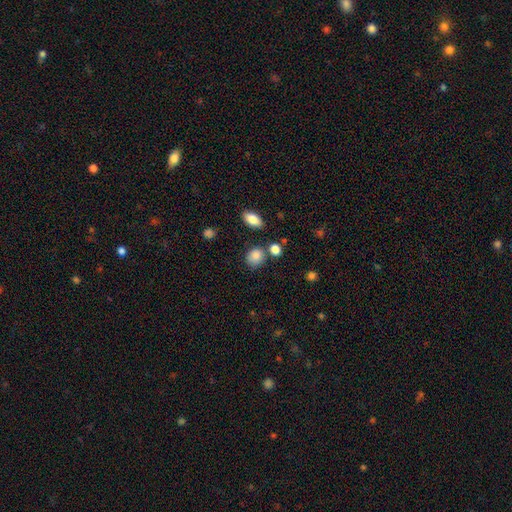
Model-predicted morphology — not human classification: Smooth or featured? Predicted: smooth (p=0.85). How rounded? Predicted: round (p=0.63). Merging? Predicted: none (p=0.71).